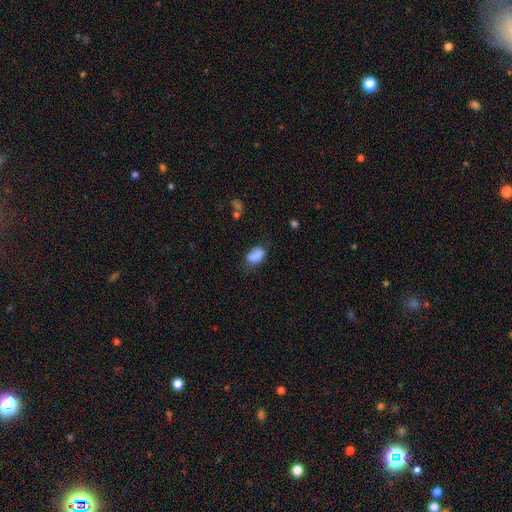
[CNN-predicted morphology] Smooth or featured? Predicted: smooth (p=0.84). How rounded? Predicted: in between (p=0.88). Merging? Predicted: none (p=0.60).